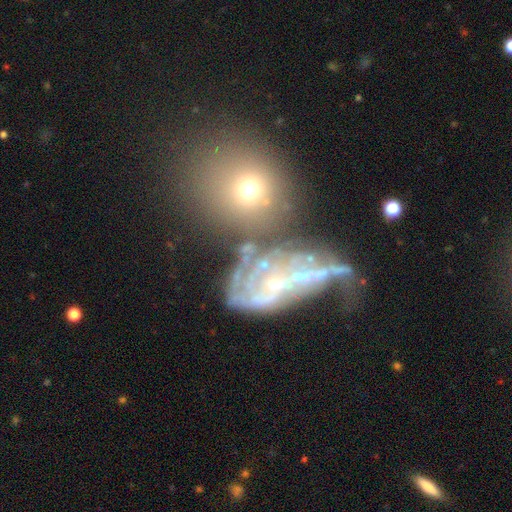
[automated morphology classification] Smooth or featured? featured or disk (59%)
Edge-on disk? no (89%)
Bar? no (65%)
Spiral arms? yes (61%)
Bulge size? small (62%)
Merging? merger (34%)